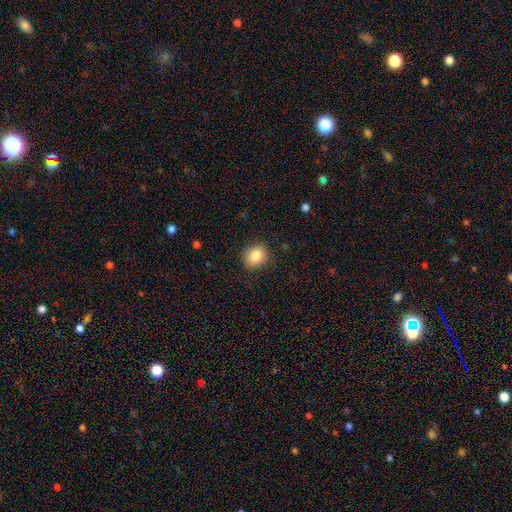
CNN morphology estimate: smooth 85%, star or artifact 9%, featured or disk 6%. Down the decision tree: how rounded — round (64%); merging — none (88%).